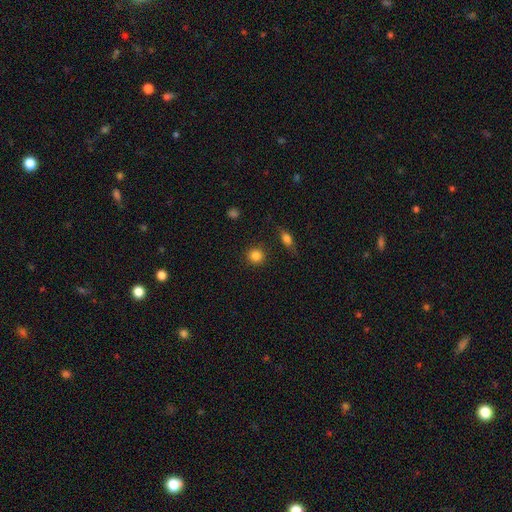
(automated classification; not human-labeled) smooth_or_featured: smooth (p=0.85) [alt: star or artifact p=0.10]
how_rounded: round (p=0.91) [alt: in between p=0.08]
merging: none (p=0.89) [alt: minor disturbance p=0.06]